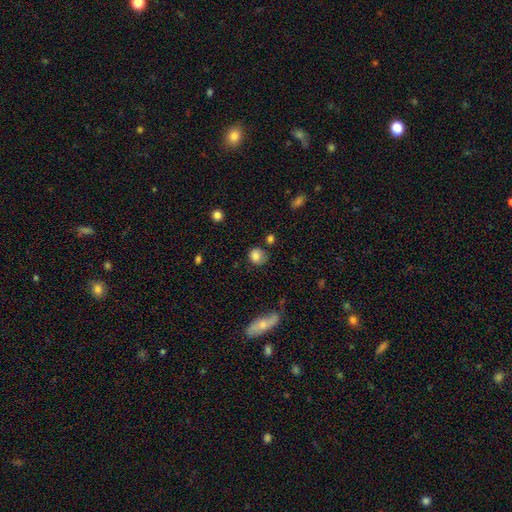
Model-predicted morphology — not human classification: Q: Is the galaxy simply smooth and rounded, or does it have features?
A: smooth — 82%.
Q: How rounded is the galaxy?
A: round — 72%.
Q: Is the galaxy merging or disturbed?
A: none — 66%.